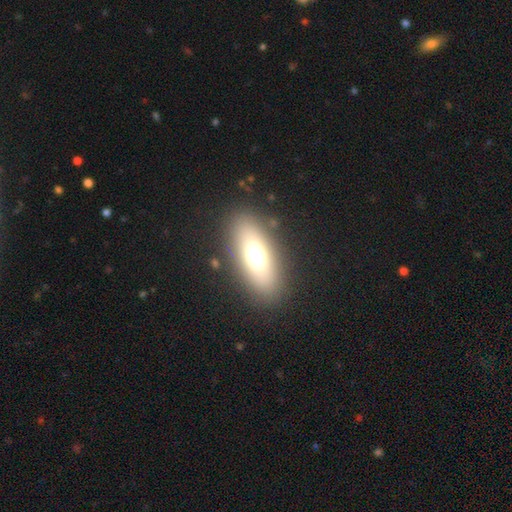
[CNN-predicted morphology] This is likely a smooth galaxy (63%). How rounded: likely in between (76%). Merging: clearly none (86%).